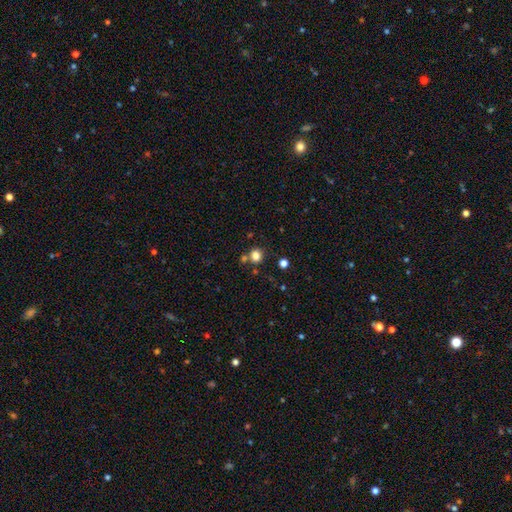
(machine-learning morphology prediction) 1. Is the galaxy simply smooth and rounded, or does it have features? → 80% smooth, 14% star or artifact, 6% featured or disk.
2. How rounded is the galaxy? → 83% round, 16% in between, 1% cigar-shaped.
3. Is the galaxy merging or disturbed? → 71% none, 16% merger, 10% minor disturbance, 4% major disturbance.